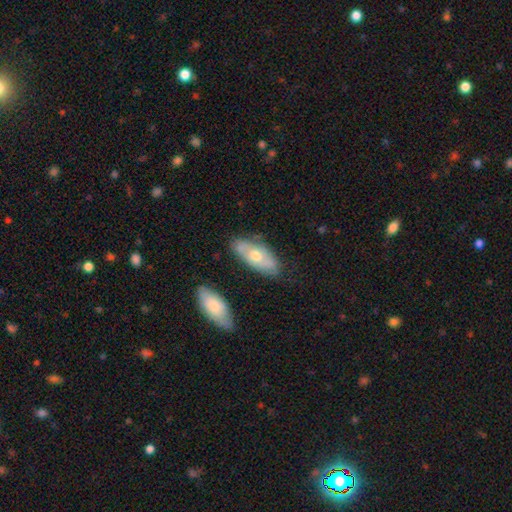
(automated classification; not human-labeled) This is possibly a featured or disk galaxy (48%). Merging: likely none (73%).